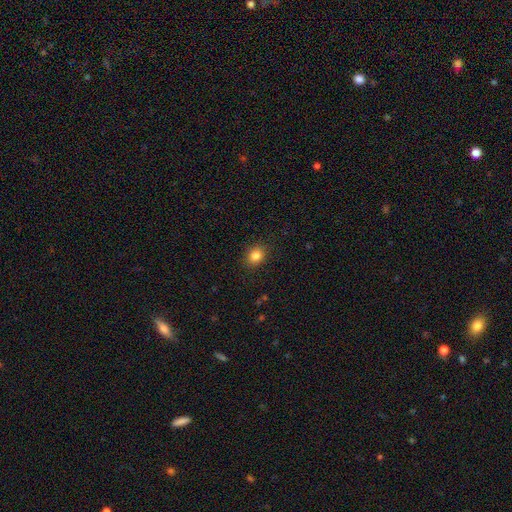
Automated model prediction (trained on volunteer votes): This is clearly a smooth galaxy (84%). How rounded: possibly round (57%). Merging: clearly none (89%).